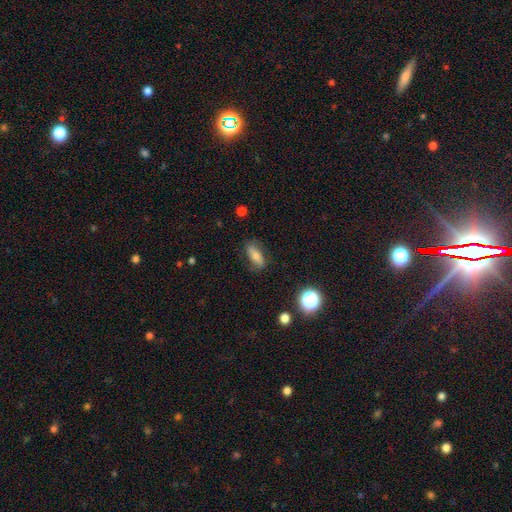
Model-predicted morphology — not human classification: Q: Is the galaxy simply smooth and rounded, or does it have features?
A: smooth — 63%.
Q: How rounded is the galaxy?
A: in between — 67%.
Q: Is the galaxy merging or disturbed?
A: none — 78%.